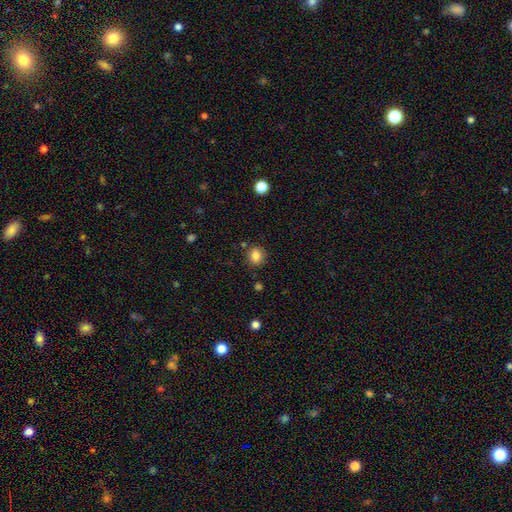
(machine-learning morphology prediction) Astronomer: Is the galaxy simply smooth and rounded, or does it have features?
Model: smooth — 83%.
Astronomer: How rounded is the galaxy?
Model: round — 79%.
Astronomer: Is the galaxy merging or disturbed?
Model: none — 85%.